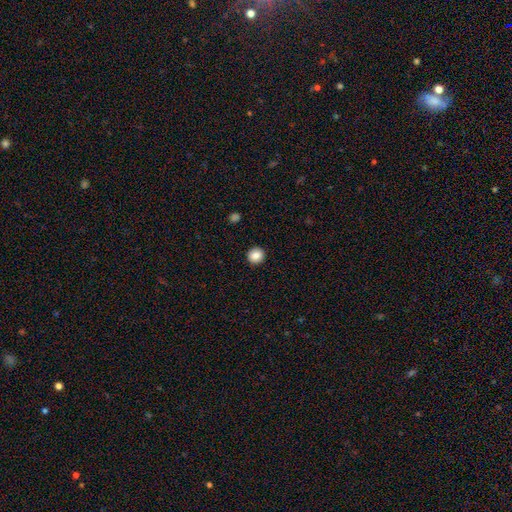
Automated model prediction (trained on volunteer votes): smooth_or_featured: smooth (p=0.85) [alt: star or artifact p=0.09]
how_rounded: round (p=0.92) [alt: in between p=0.07]
merging: none (p=0.93) [alt: minor disturbance p=0.05]